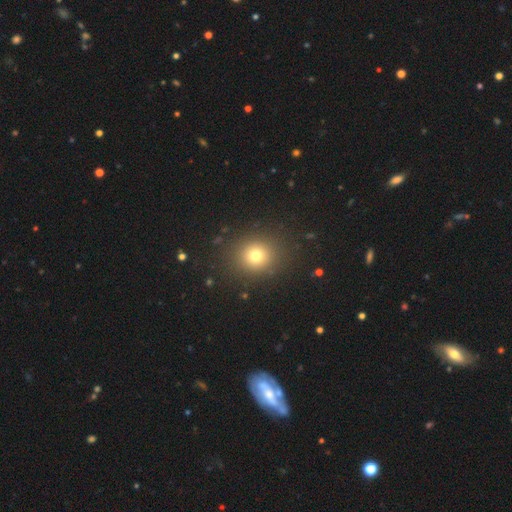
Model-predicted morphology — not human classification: smooth-or-featured: smooth: 74% | star or artifact: 17% | featured or disk: 9%
  how-rounded: round: 82% | in between: 17% | cigar-shaped: 1%
  merging: none: 88% | minor disturbance: 7% | major disturbance: 4% | merger: 1%